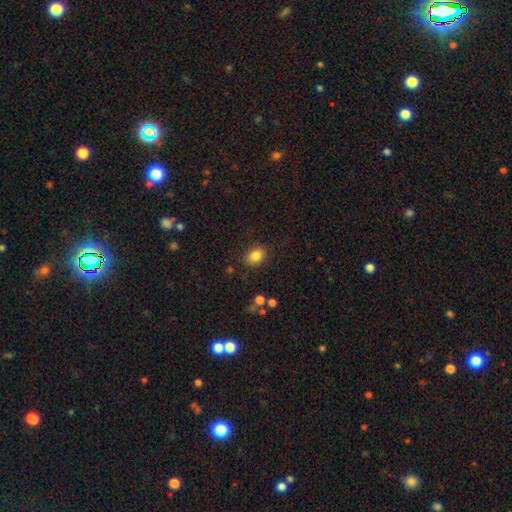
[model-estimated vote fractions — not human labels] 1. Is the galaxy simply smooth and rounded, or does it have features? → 84% smooth, 10% star or artifact, 6% featured or disk.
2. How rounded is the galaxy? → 56% in between, 43% round, 1% cigar-shaped.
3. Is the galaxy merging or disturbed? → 84% none, 10% minor disturbance, 3% major disturbance, 2% merger.